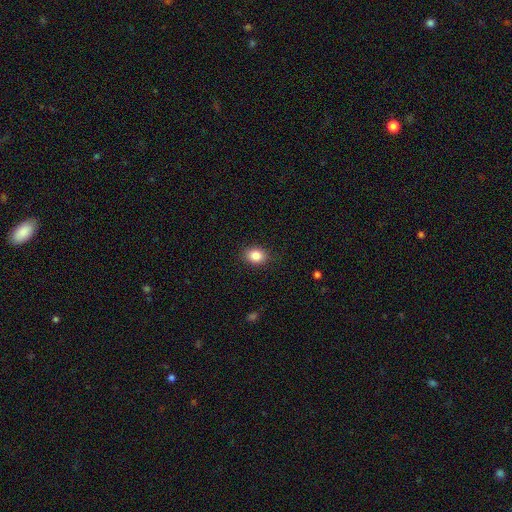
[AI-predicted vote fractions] A smooth galaxy with no disk features (86%) that is in between round and cigar-shaped (57%). Merging: none (88%).